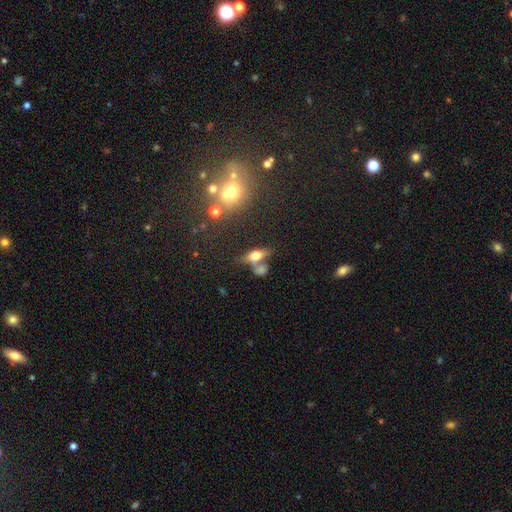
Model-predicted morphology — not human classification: smooth-or-featured: smooth: 49% | featured or disk: 38% | star or artifact: 13%
  merging: none: 46% | merger: 32% | minor disturbance: 14% | major disturbance: 8%